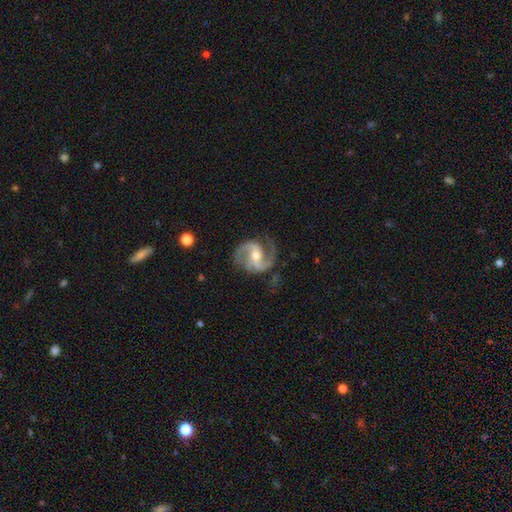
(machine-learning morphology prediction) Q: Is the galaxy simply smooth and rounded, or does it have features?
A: featured or disk — 92%.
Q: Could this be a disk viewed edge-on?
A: no — 98%.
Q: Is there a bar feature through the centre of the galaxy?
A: weak — 43%.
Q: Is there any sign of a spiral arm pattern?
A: yes — 98%.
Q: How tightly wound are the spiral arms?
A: medium — 59%.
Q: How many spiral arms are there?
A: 2 — 91%.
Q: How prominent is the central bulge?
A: moderate — 55%.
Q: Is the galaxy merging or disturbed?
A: none — 77%.